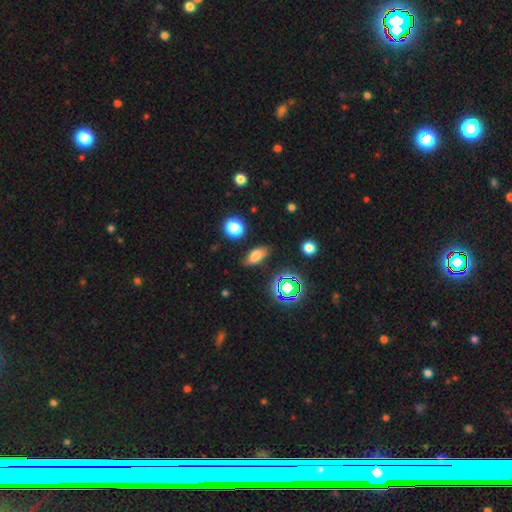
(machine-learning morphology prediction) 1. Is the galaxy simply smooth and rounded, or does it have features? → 68% smooth, 17% star or artifact, 15% featured or disk.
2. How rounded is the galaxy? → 82% in between, 11% cigar-shaped, 8% round.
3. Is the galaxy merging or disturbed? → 76% none, 16% minor disturbance, 5% major disturbance, 3% merger.